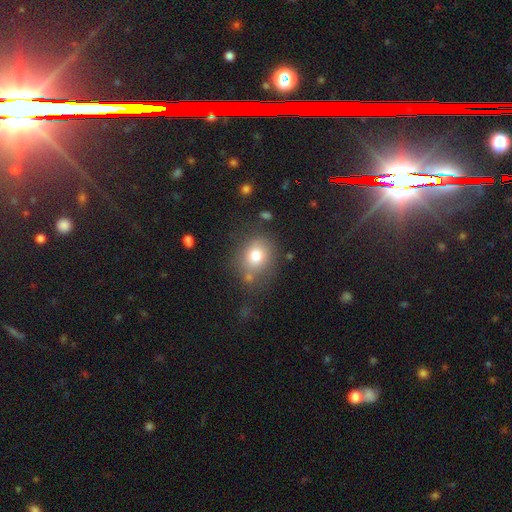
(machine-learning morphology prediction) This is likely a smooth galaxy (77%). How rounded: likely round (66%). Merging: likely none (68%).